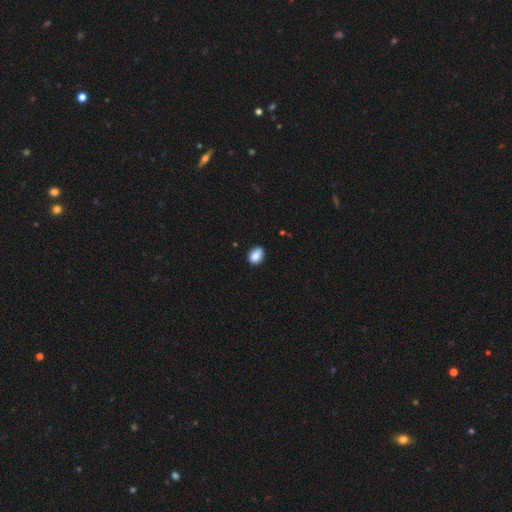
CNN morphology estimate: A smooth galaxy with no disk features (87%) that is in between round and cigar-shaped (77%).

Vote fractions:
- Smooth or featured? smooth: 87% / star or artifact: 8% / featured or disk: 5%
- How rounded? in between: 77% / round: 22% / cigar-shaped: 1%
- Merging? none: 80% / minor disturbance: 16% / major disturbance: 3% / merger: 1%